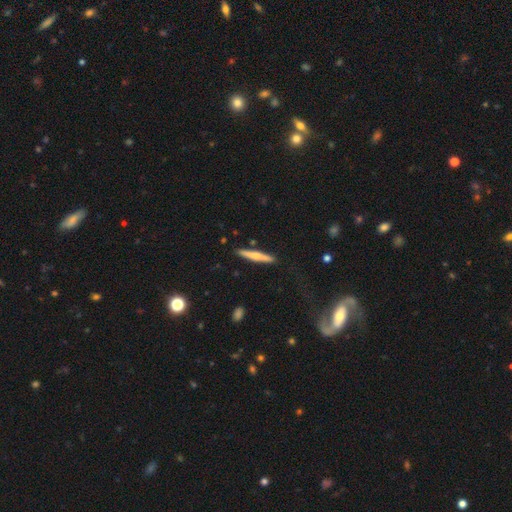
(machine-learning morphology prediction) This appears to be a smooth galaxy with no disk features (55%) that is cigar-shaped (94%). Merging: none (89%).